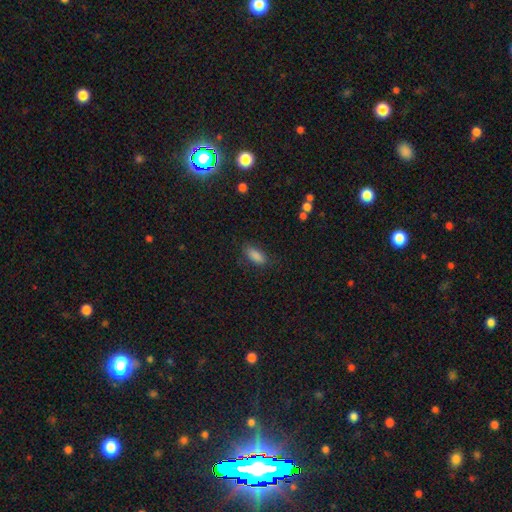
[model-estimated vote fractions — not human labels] smooth-or-featured: smooth: 85% | star or artifact: 9% | featured or disk: 6%
  how-rounded: in between: 81% | cigar-shaped: 16% | round: 3%
  merging: none: 78% | minor disturbance: 15% | major disturbance: 5% | merger: 2%